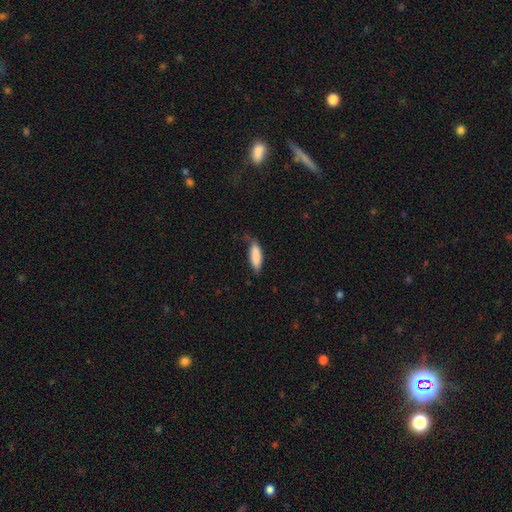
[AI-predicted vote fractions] Smooth or featured?
  - smooth: 87% *
  - featured or disk: 8%
  - star or artifact: 6%
How rounded?
  - in between: 51% *
  - cigar-shaped: 47%
  - round: 2%
Merging?
  - none: 64% *
  - minor disturbance: 28%
  - major disturbance: 5%
  - merger: 2%